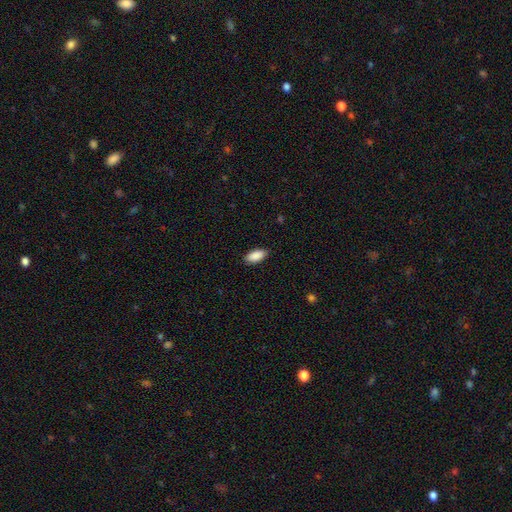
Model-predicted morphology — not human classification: This is clearly a smooth galaxy (90%). How rounded: clearly in between (90%). Merging: clearly none (87%).